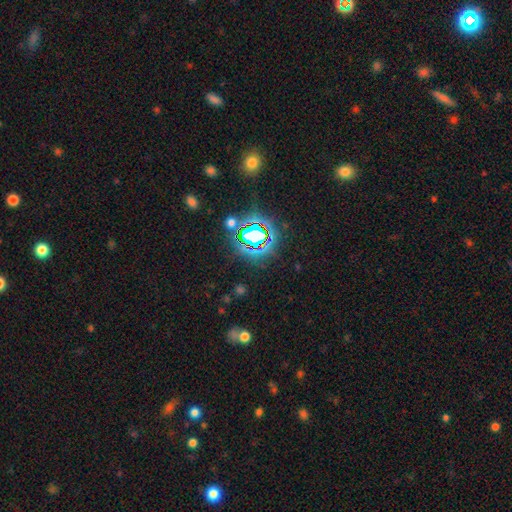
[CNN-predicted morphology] Overall: star or artifact (77%).